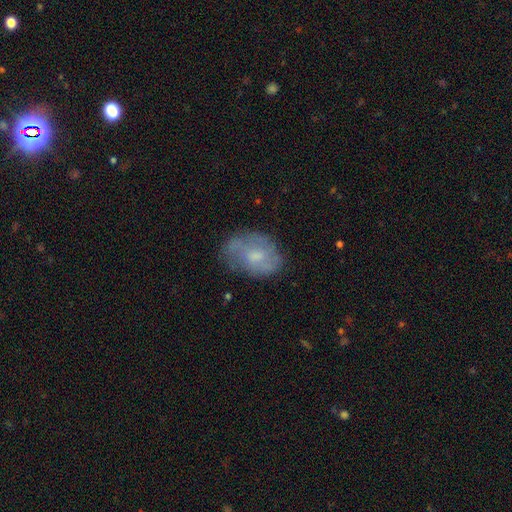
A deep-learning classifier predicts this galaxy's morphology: A featured or disk galaxy (48%). Merging: none (62%).